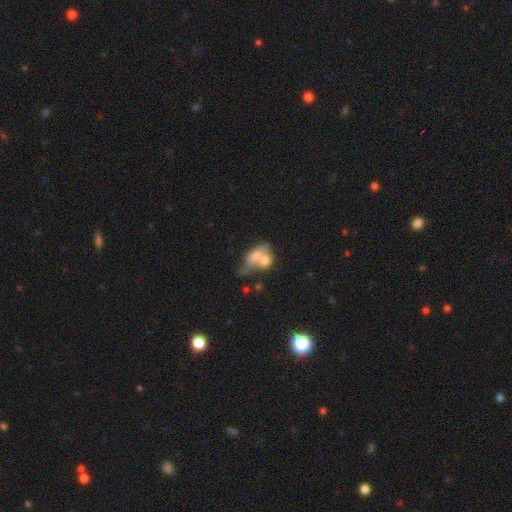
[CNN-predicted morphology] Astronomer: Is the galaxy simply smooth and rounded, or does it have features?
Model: smooth — 64%.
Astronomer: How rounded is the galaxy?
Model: in between — 77%.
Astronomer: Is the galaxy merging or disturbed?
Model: merger — 67%.